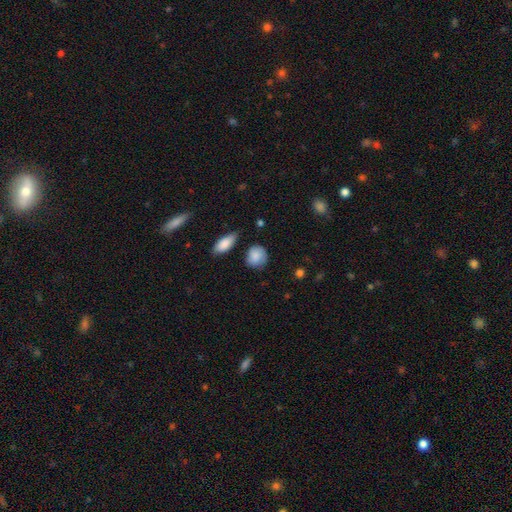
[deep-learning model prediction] This is clearly a smooth galaxy (84%). How rounded: likely round (72%). Merging: likely none (66%).